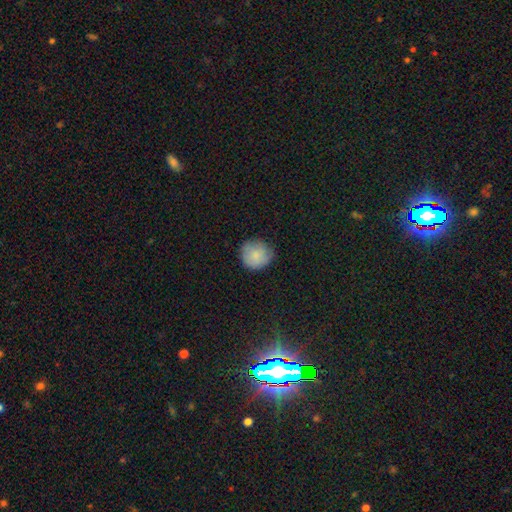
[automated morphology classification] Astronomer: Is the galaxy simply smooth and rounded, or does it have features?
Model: smooth — 83%.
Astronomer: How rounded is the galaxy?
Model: round — 93%.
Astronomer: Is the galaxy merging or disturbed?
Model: none — 78%.